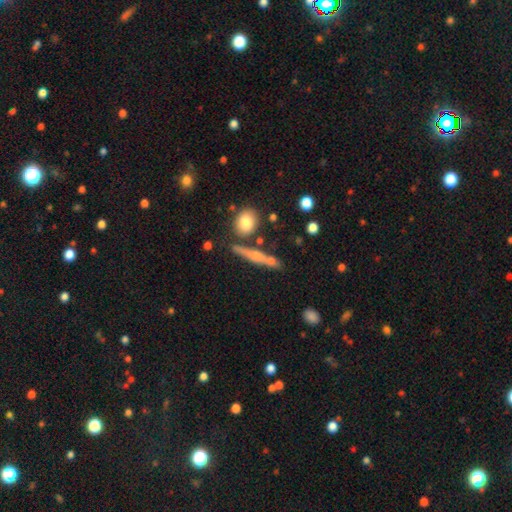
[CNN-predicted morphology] A smooth galaxy with no disk features (48%). Merging: none (70%).